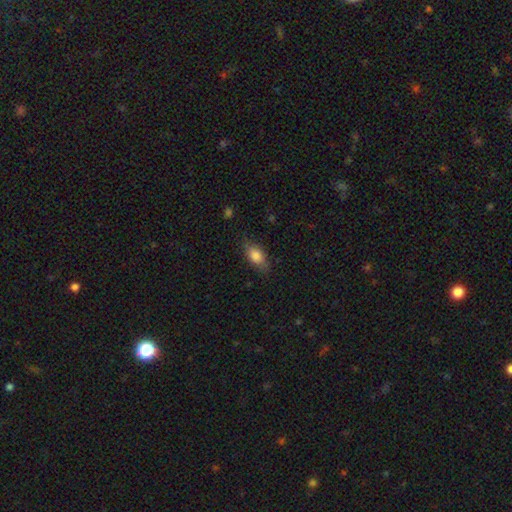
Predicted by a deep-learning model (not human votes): Smooth or featured? Predicted: smooth (p=0.81). How rounded? Predicted: in between (p=0.86). Merging? Predicted: none (p=0.76).